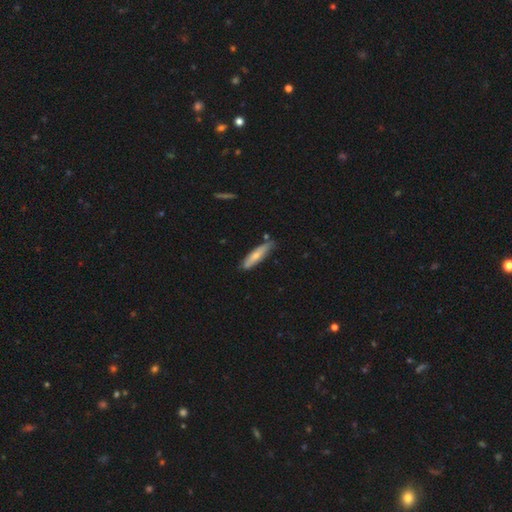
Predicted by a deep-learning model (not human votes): This appears to be a smooth galaxy with no disk features (66%) that is cigar-shaped (78%). Merging: none (74%).